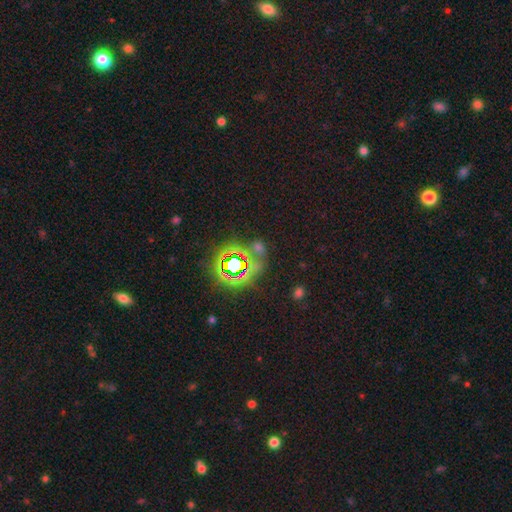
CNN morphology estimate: smooth_or_featured: star or artifact (p=0.72) [alt: smooth p=0.16]